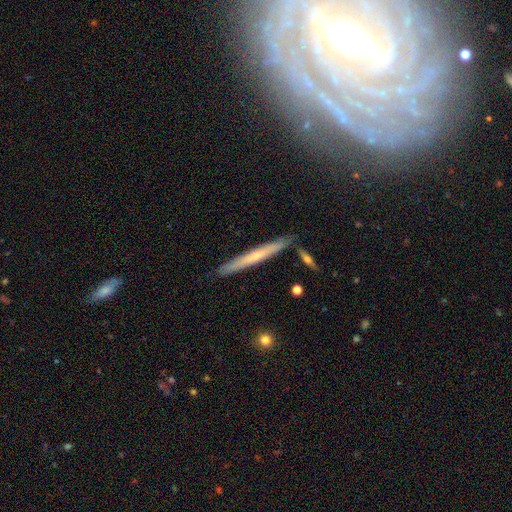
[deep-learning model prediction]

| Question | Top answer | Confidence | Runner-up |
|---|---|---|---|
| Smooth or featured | featured or disk | 47% | tied: smooth (47%) |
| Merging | none | 87% | minor disturbance (8%) |